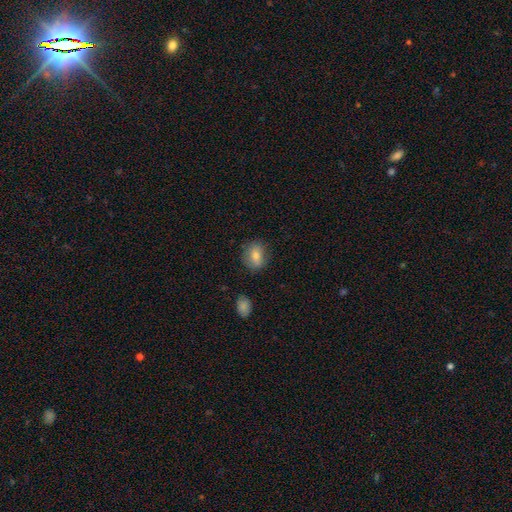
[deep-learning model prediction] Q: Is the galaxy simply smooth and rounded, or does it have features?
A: smooth — 77%.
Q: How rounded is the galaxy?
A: in between — 59%.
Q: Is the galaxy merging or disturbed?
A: none — 79%.